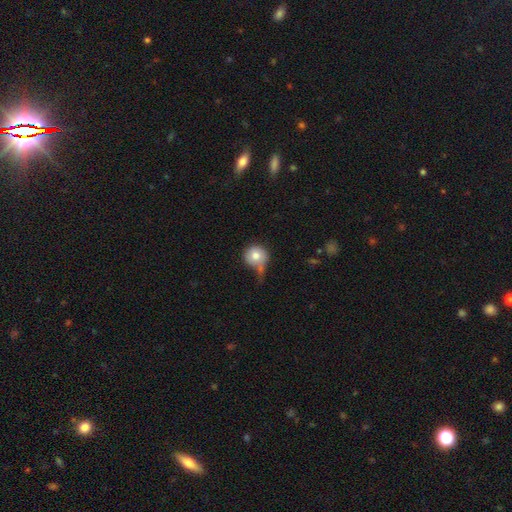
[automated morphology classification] smooth 76%, featured or disk 16%, star or artifact 8%. Down the decision tree: how rounded — round (90%); merging — none (31%).